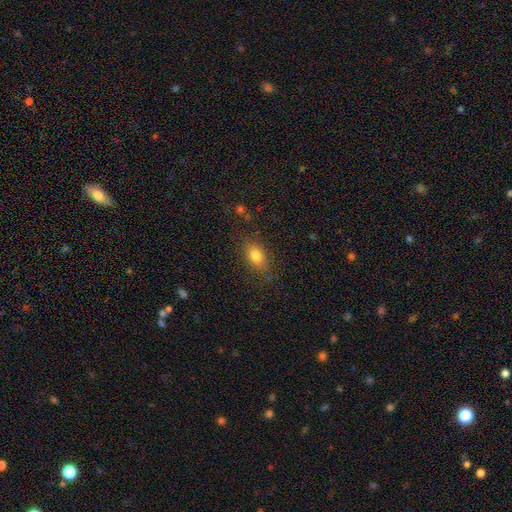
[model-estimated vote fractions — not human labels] smooth_or_featured: smooth (p=0.79) [alt: featured or disk p=0.11]
how_rounded: in between (p=0.83) [alt: round p=0.12]
merging: none (p=0.80) [alt: minor disturbance p=0.14]